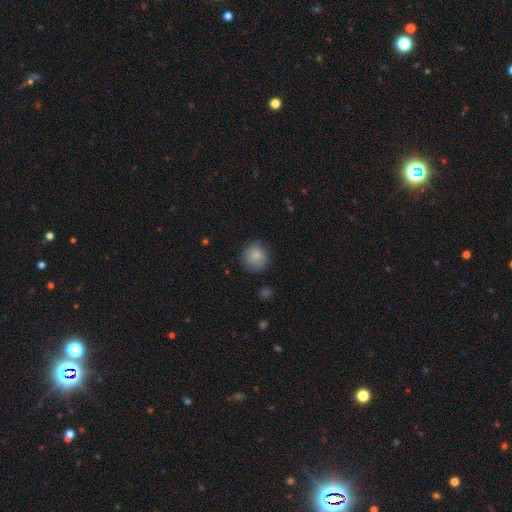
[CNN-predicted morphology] smooth-or-featured: smooth: 85% | star or artifact: 8% | featured or disk: 7%
  how-rounded: round: 89% | in between: 10% | cigar-shaped: 1%
  merging: none: 80% | minor disturbance: 15% | major disturbance: 4% | merger: 1%